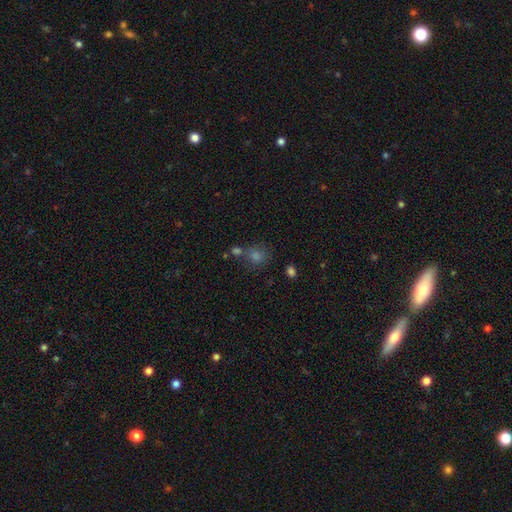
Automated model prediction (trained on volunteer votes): A smooth galaxy with no disk features (62%) that is round (85%).

Vote fractions:
- Smooth or featured? smooth: 62% / star or artifact: 28% / featured or disk: 10%
- How rounded? round: 85% / in between: 14% / cigar-shaped: 1%
- Merging? none: 68% / merger: 17% / minor disturbance: 11% / major disturbance: 4%